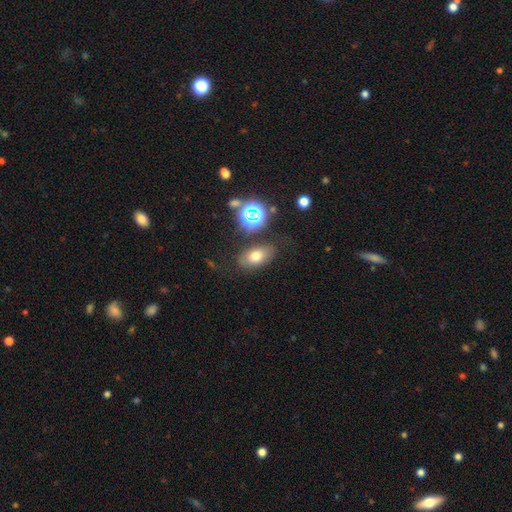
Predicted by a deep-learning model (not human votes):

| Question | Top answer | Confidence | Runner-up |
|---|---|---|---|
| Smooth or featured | smooth | 69% | star or artifact (16%) |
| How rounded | in between | 84% | round (13%) |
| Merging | none | 75% | minor disturbance (14%) |